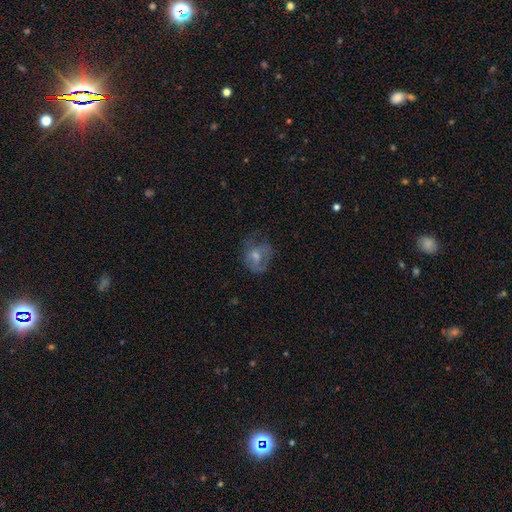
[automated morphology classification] Smooth or featured?
  - featured or disk: 48% *
  - smooth: 37%
  - star or artifact: 15%
Merging?
  - none: 52% *
  - minor disturbance: 24%
  - major disturbance: 22%
  - merger: 2%